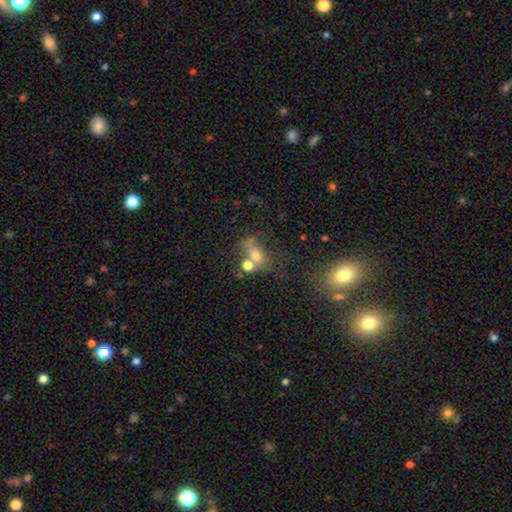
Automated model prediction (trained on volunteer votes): This appears to be a smooth galaxy with no disk features (60%) that is in between round and cigar-shaped (58%). Merging: merger (39%).